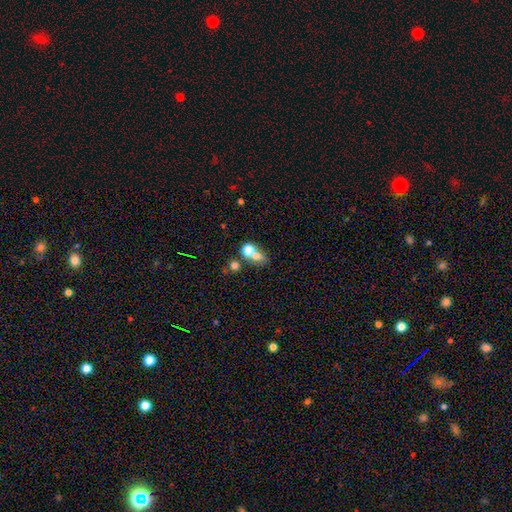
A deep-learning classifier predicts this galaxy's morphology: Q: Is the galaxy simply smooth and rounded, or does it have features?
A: smooth — 68%.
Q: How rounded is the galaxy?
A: round — 55%.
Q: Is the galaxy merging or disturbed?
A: merger — 55%.